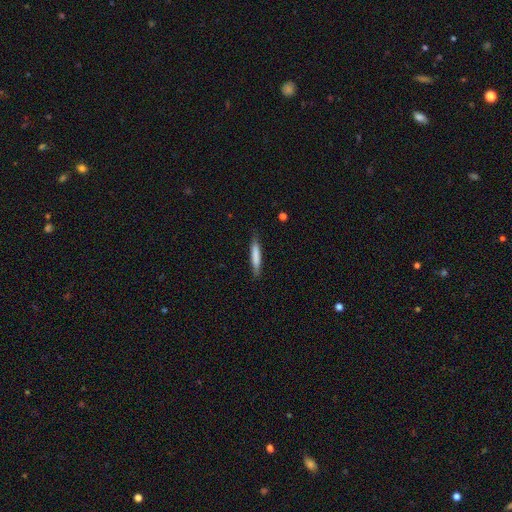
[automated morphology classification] Overall: smooth (75%). How rounded: cigar-shaped (92%). Merging: none (86%).